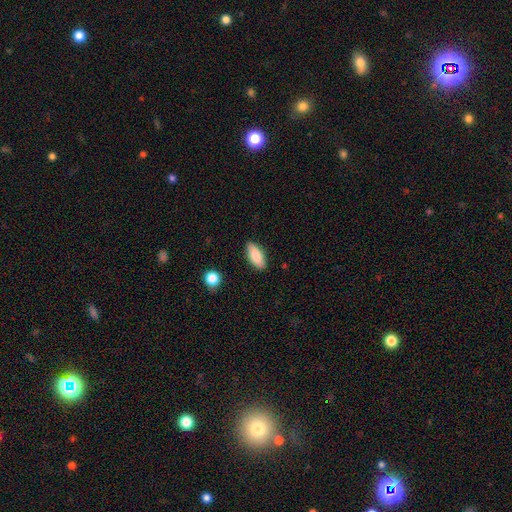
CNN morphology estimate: smooth-or-featured: smooth: 85% | featured or disk: 9% | star or artifact: 6%
  how-rounded: in between: 85% | cigar-shaped: 12% | round: 2%
  merging: none: 86% | minor disturbance: 10% | major disturbance: 2% | merger: 2%